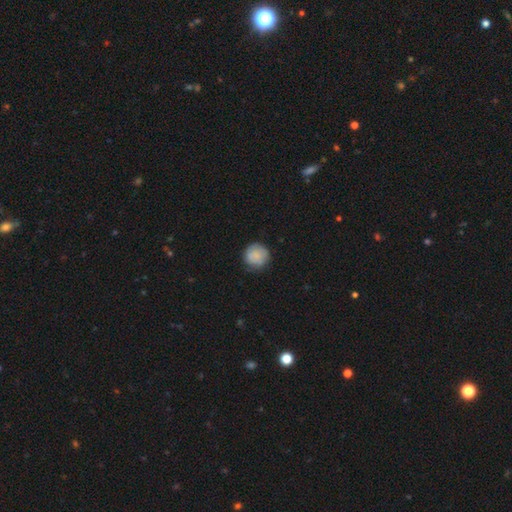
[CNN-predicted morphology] Smooth or featured? smooth (78%)
How rounded? round (92%)
Merging? none (76%)